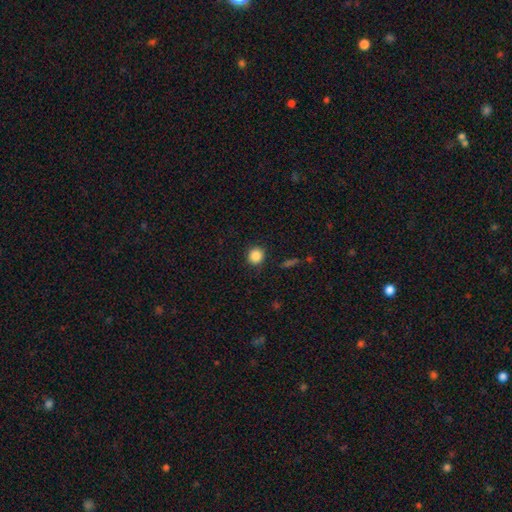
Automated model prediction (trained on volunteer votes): This is clearly a smooth galaxy (87%). How rounded: clearly round (91%). Merging: clearly none (89%).